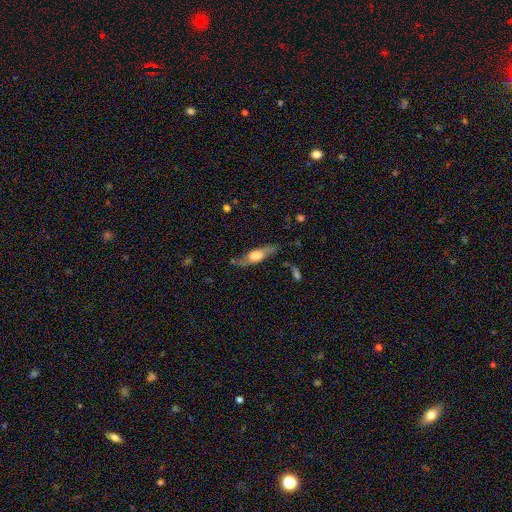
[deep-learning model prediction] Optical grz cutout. It shows a featured or disk galaxy (61%) viewed edge-on (71%). Merging: none (74%).